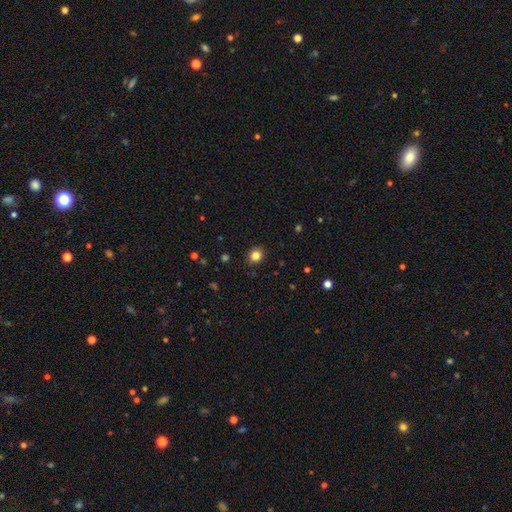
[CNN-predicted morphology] Smooth or featured? Predicted: smooth (p=0.83). How rounded? Predicted: round (p=0.79). Merging? Predicted: none (p=0.89).